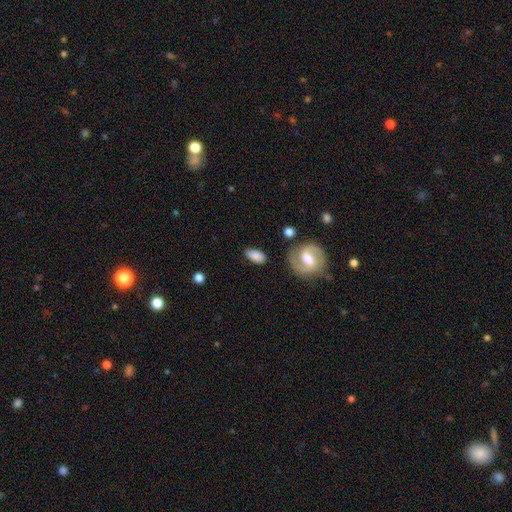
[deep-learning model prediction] A smooth galaxy with no disk features (78%) that is in between round and cigar-shaped (89%). Merging: none (76%).